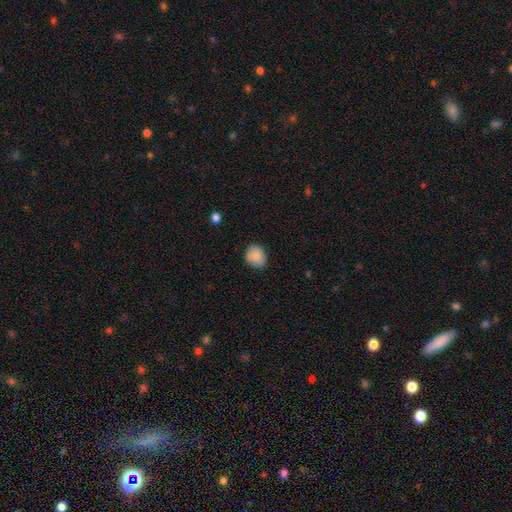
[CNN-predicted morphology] Q: Smooth or featured?
A: smooth (87%); runner-up: star or artifact (8%)
Q: How rounded?
A: round (61%); runner-up: in between (38%)
Q: Merging?
A: none (79%); runner-up: minor disturbance (17%)